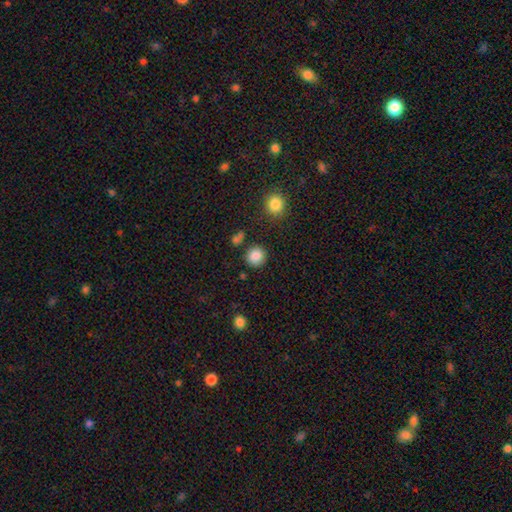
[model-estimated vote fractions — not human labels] Smooth or featured? Predicted: smooth (p=0.86). How rounded? Predicted: round (p=0.88). Merging? Predicted: none (p=0.85).